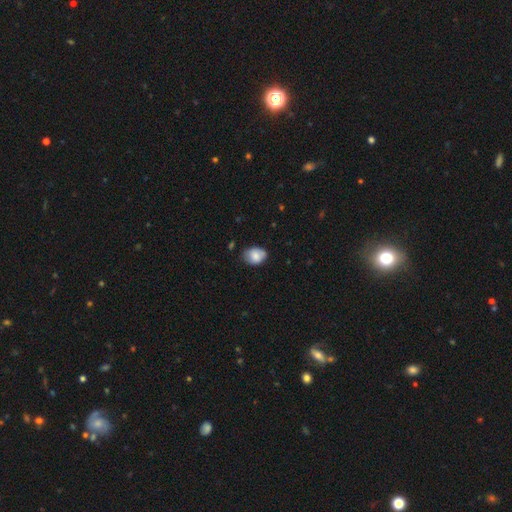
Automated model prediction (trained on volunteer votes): Smooth or featured: smooth — 80% (featured or disk — 13%)
How rounded: in between — 70% (round — 29%)
Merging: none — 68% (minor disturbance — 26%)